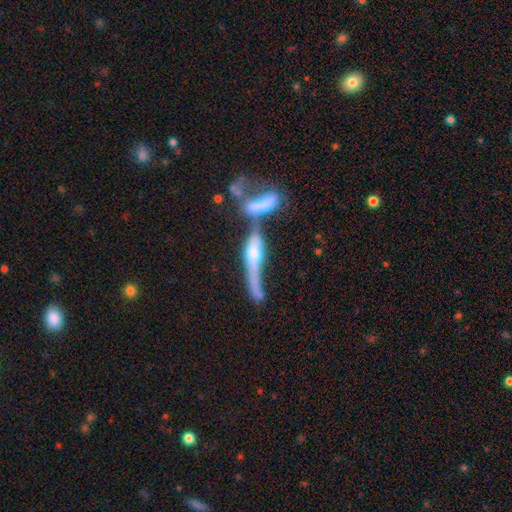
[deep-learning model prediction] Morphology: type=featured or disk (65%); edge-on=yes (77%); merging=merger (56%).